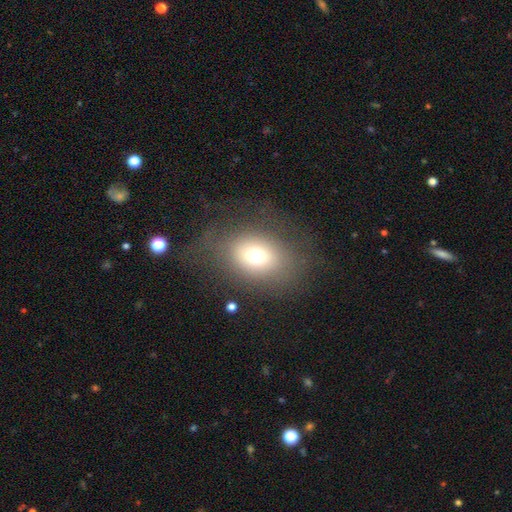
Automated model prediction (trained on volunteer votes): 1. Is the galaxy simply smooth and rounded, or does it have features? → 69% smooth, 17% featured or disk, 14% star or artifact.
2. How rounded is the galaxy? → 61% in between, 38% round, 1% cigar-shaped.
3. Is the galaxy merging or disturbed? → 64% none, 17% minor disturbance, 16% major disturbance, 2% merger.